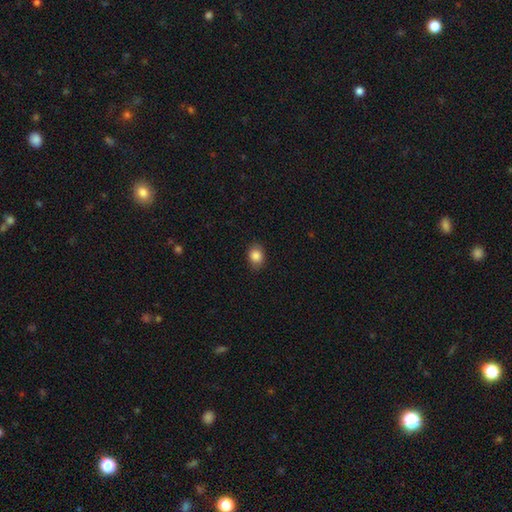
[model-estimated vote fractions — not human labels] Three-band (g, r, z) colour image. It shows a smooth galaxy with no disk features (85%) that is in between round and cigar-shaped (54%). Merging: none (84%).